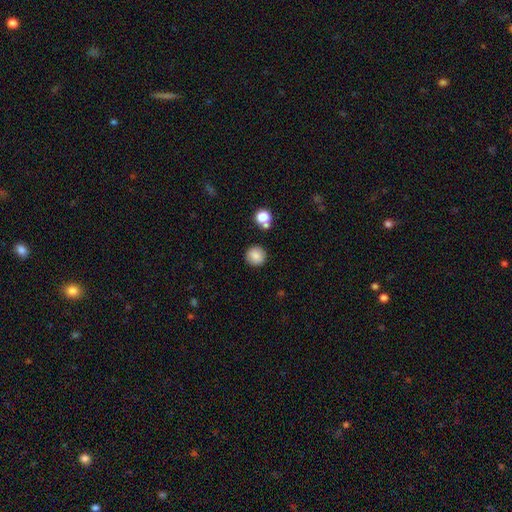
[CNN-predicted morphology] Overall: smooth (84%). How rounded: round (95%). Merging: none (87%).